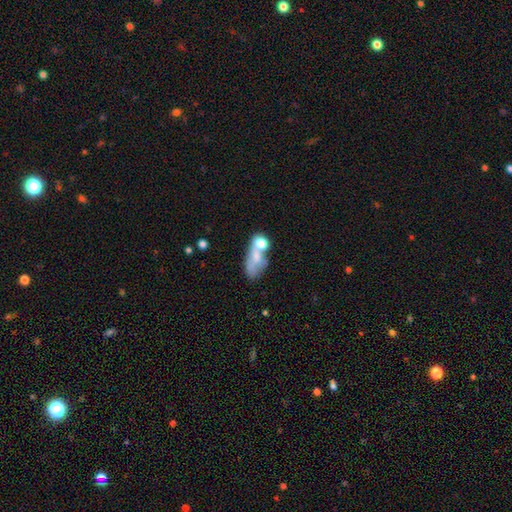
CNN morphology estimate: Smooth or featured? smooth (59%)
How rounded? in between (77%)
Merging? merger (47%)